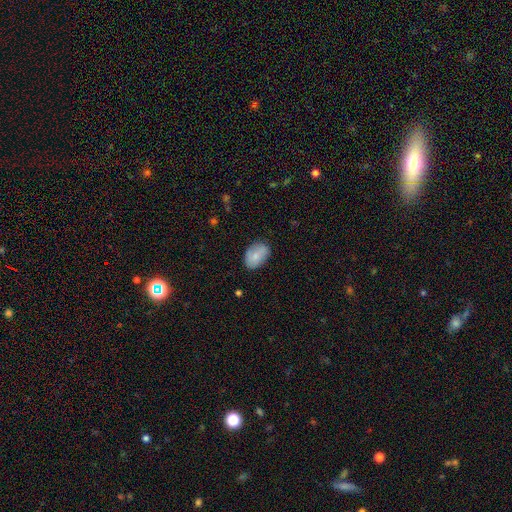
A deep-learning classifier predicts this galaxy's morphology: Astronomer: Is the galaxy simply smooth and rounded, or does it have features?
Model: smooth — 77%.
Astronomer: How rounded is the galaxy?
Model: in between — 84%.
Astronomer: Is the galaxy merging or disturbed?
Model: none — 75%.